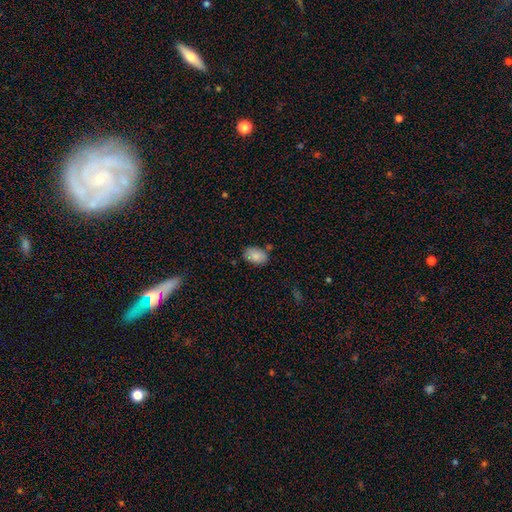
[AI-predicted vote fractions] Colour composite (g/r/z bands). It shows a smooth galaxy with no disk features (86%) that is in between round and cigar-shaped (90%). Merging: none (75%).